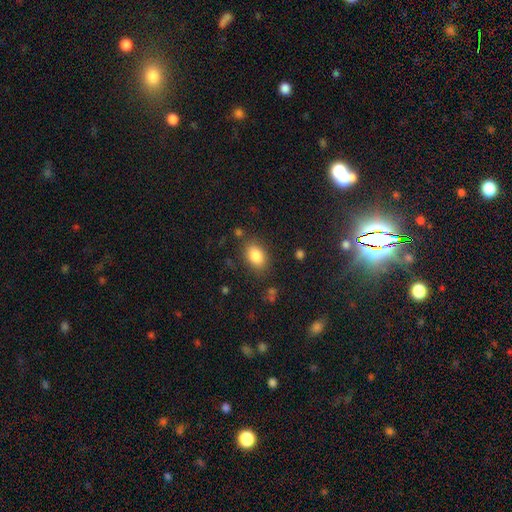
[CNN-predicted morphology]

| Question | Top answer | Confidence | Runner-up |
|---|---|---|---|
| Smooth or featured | smooth | 85% | star or artifact (8%) |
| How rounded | in between | 83% | round (16%) |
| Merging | none | 81% | minor disturbance (12%) |